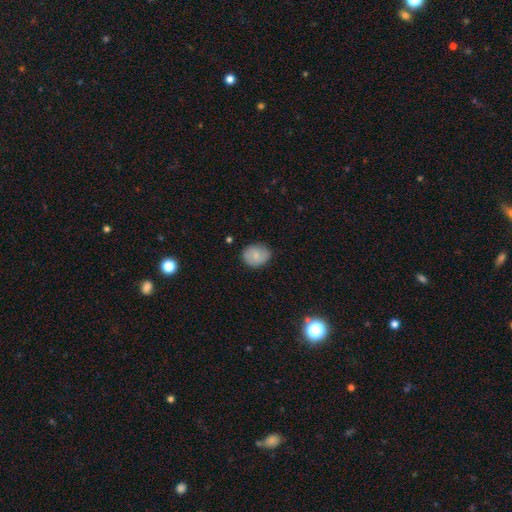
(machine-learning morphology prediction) Smooth or featured?
  - smooth: 78% *
  - featured or disk: 15%
  - star or artifact: 8%
How rounded?
  - round: 62% *
  - in between: 37%
  - cigar-shaped: 1%
Merging?
  - none: 80% *
  - minor disturbance: 15%
  - major disturbance: 3%
  - merger: 1%